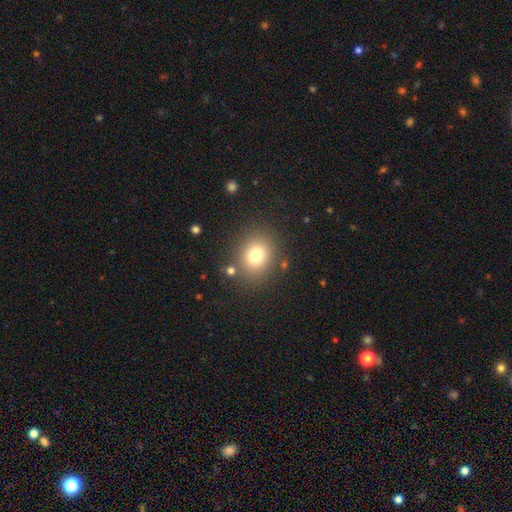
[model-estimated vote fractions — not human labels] smooth_or_featured: smooth (p=0.76) [alt: star or artifact p=0.14]
how_rounded: round (p=0.67) [alt: in between p=0.32]
merging: none (p=0.82) [alt: minor disturbance p=0.10]